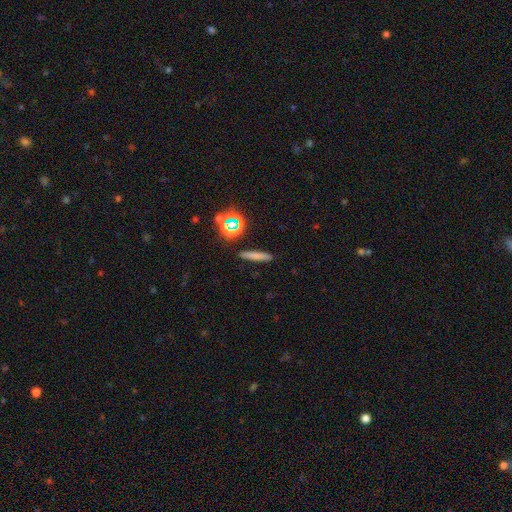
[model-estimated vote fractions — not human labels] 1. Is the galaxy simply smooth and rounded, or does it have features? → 70% smooth, 16% star or artifact, 14% featured or disk.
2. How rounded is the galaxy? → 88% cigar-shaped, 8% in between, 5% round.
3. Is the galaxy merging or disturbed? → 89% none, 7% minor disturbance, 2% major disturbance, 2% merger.